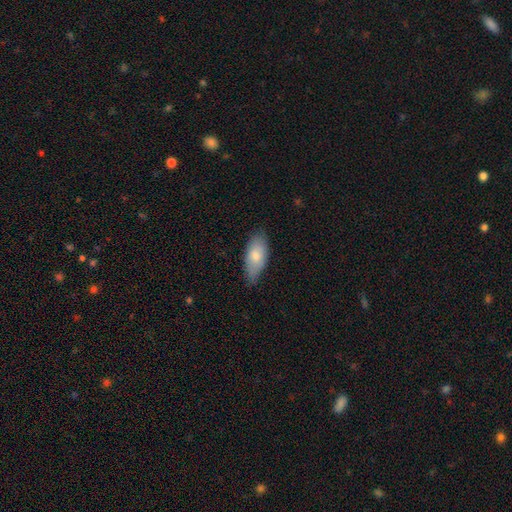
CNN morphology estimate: The model was most divided on "merging": none: 72%, minor disturbance: 23%, major disturbance: 4%, merger: 1%. More confident: how rounded — in between (87%); smooth or featured — smooth (78%).